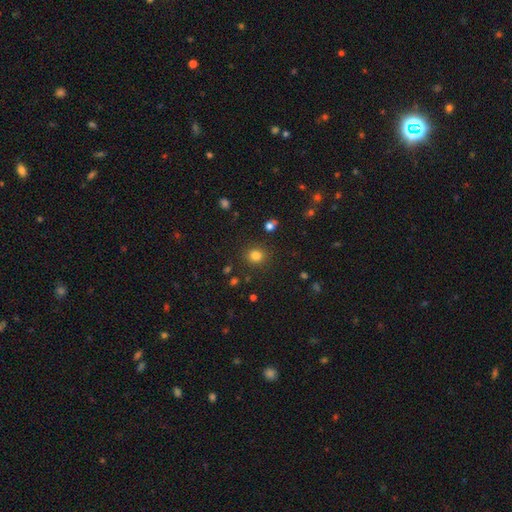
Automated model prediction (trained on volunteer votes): A smooth galaxy with no disk features (81%) that is round (85%). Merging: none (87%).